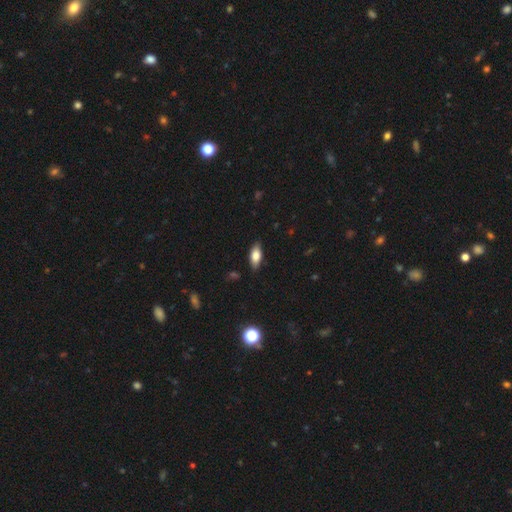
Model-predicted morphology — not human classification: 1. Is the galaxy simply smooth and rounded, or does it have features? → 74% smooth, 19% featured or disk, 7% star or artifact.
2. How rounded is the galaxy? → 81% in between, 16% cigar-shaped, 3% round.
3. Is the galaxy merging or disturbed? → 85% none, 11% minor disturbance, 2% major disturbance, 1% merger.